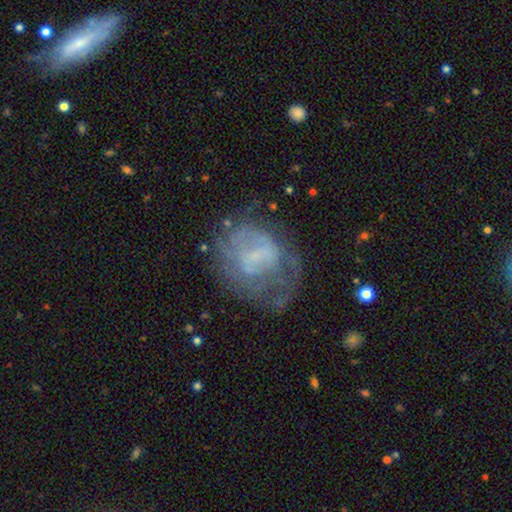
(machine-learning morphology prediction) A featured or disk galaxy (60%) with no bar (50%), no spiral arms (55%) and no central bulge (47%). Merging: none (49%).